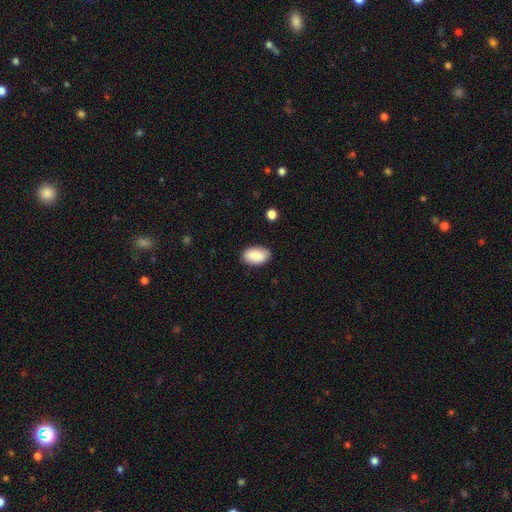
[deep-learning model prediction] Q: Smooth or featured?
A: smooth (88%); runner-up: star or artifact (6%)
Q: How rounded?
A: in between (94%); runner-up: round (5%)
Q: Merging?
A: none (88%); runner-up: minor disturbance (9%)